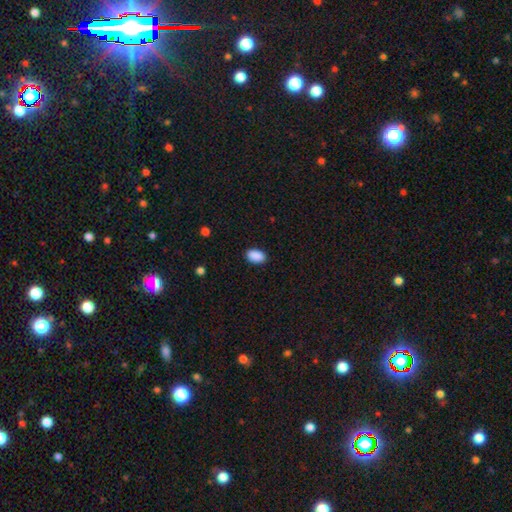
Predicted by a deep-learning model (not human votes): A smooth galaxy with no disk features (90%) that is in between round and cigar-shaped (91%).

Vote fractions:
- Smooth or featured? smooth: 90% / star or artifact: 7% / featured or disk: 2%
- How rounded? in between: 91% / round: 8% / cigar-shaped: 1%
- Merging? none: 88% / minor disturbance: 9% / major disturbance: 2% / merger: 1%